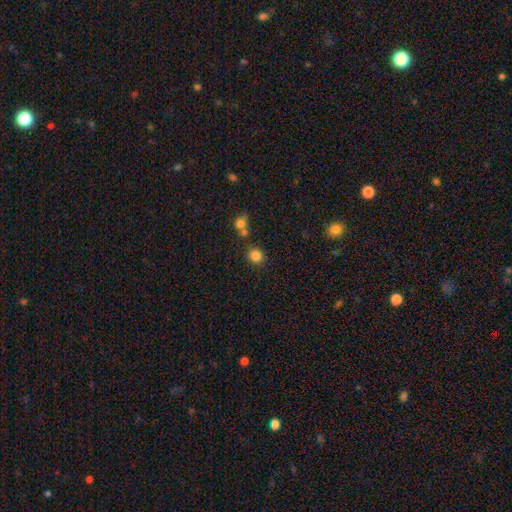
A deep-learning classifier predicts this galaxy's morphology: The model was most divided on "merging": none: 75%, merger: 12%, minor disturbance: 10%, major disturbance: 4%. More confident: smooth or featured — smooth (84%); how rounded — round (82%).